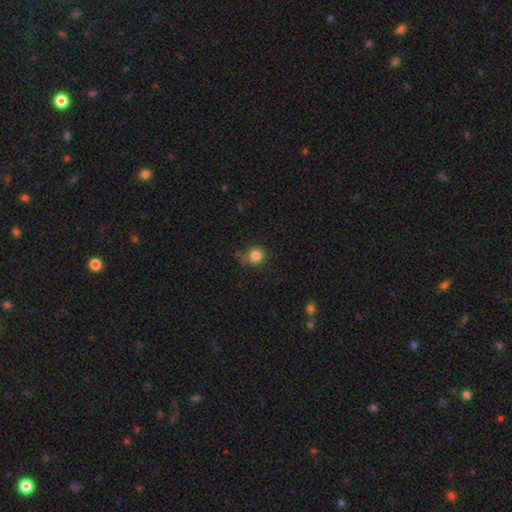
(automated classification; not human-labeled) The model was most divided on "merging": none: 65%, minor disturbance: 23%, major disturbance: 6%, merger: 6%. More confident: how rounded — round (87%); smooth or featured — smooth (84%).